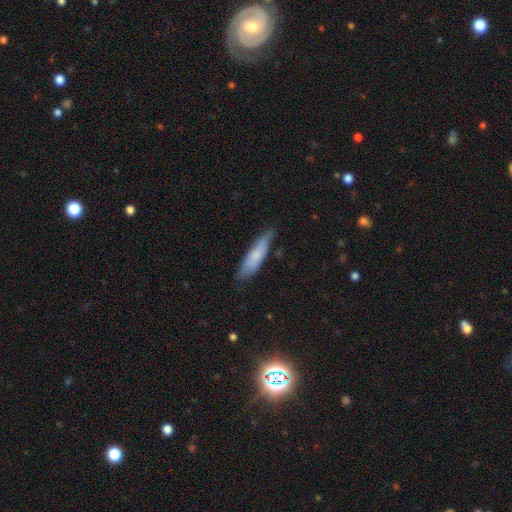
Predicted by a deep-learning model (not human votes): Smooth or featured?
  - smooth: 73% *
  - featured or disk: 21%
  - star or artifact: 6%
How rounded?
  - cigar-shaped: 71% *
  - in between: 27%
  - round: 2%
Merging?
  - none: 71% *
  - minor disturbance: 23%
  - major disturbance: 4%
  - merger: 2%